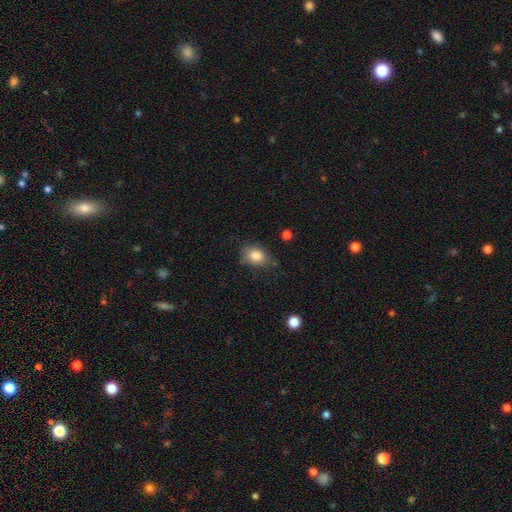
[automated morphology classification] smooth-or-featured: smooth: 83% | star or artifact: 9% | featured or disk: 8%
  how-rounded: in between: 60% | round: 38% | cigar-shaped: 1%
  merging: none: 68% | minor disturbance: 24% | major disturbance: 5% | merger: 3%